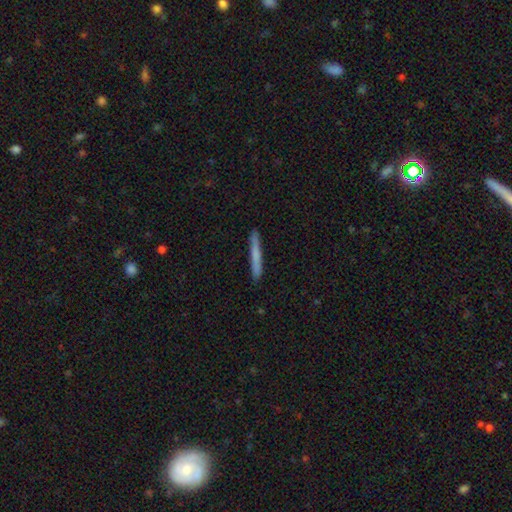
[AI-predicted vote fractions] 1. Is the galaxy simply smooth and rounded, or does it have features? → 67% smooth, 27% featured or disk, 6% star or artifact.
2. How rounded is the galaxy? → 96% cigar-shaped, 2% in between, 1% round.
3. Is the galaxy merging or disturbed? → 90% none, 7% minor disturbance, 1% major disturbance, 1% merger.